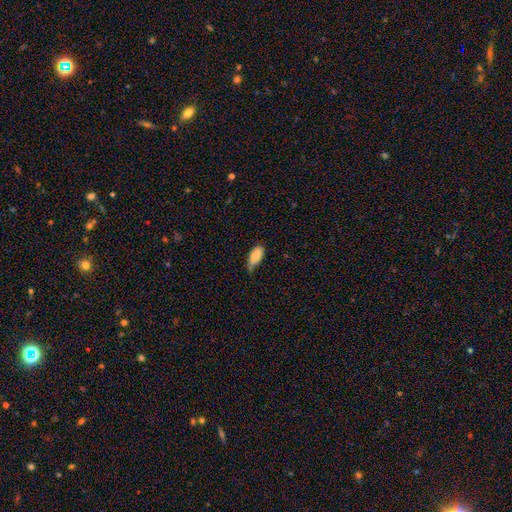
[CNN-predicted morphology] smooth 79%, featured or disk 15%, star or artifact 7%. Down the decision tree: how rounded — in between (90%); merging — none (47%).